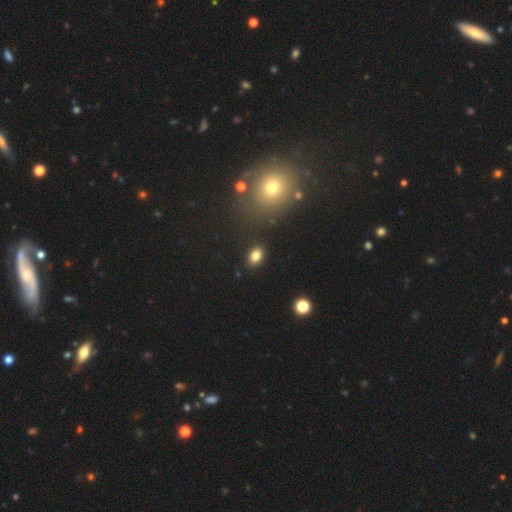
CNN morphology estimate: Smooth or featured? Predicted: smooth (p=0.82). How rounded? Predicted: in between (p=0.82). Merging? Predicted: none (p=0.88).